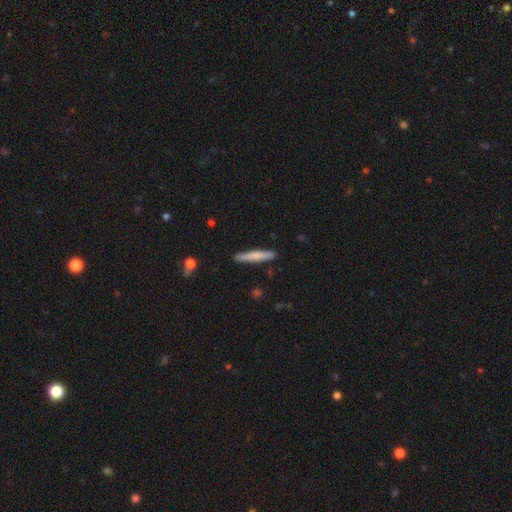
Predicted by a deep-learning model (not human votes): Overall: smooth (70%). How rounded: cigar-shaped (93%). Merging: none (88%).